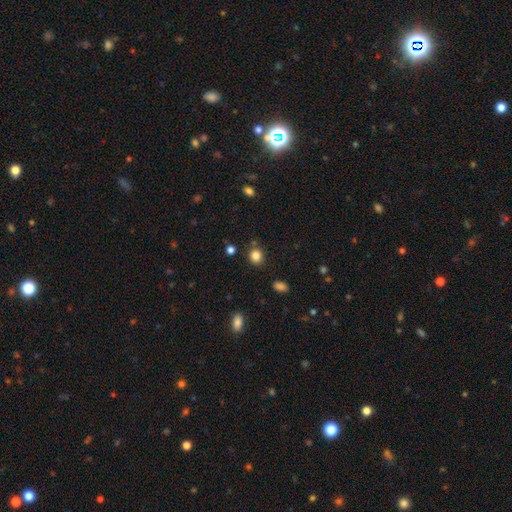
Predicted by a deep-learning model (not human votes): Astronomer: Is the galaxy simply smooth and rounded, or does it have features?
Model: smooth — 83%.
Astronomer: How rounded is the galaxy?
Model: round — 80%.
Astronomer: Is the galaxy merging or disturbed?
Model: none — 82%.